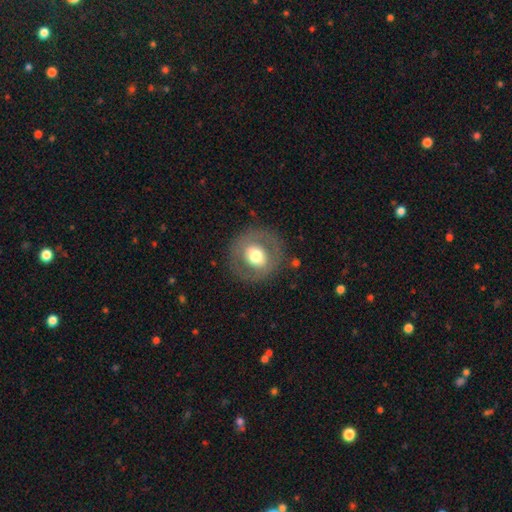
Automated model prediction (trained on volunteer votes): Smooth or featured? smooth (53%)
How rounded? round (89%)
Merging? none (82%)